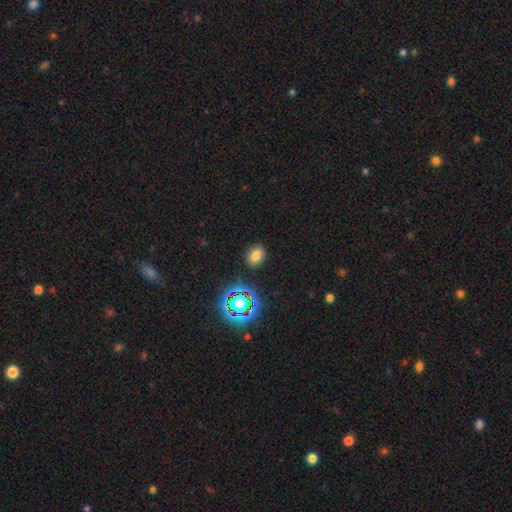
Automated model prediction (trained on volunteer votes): Smooth or featured?
  - smooth: 74% *
  - star or artifact: 18%
  - featured or disk: 8%
How rounded?
  - in between: 56% *
  - round: 43%
  - cigar-shaped: 1%
Merging?
  - none: 87% *
  - minor disturbance: 9%
  - major disturbance: 3%
  - merger: 2%